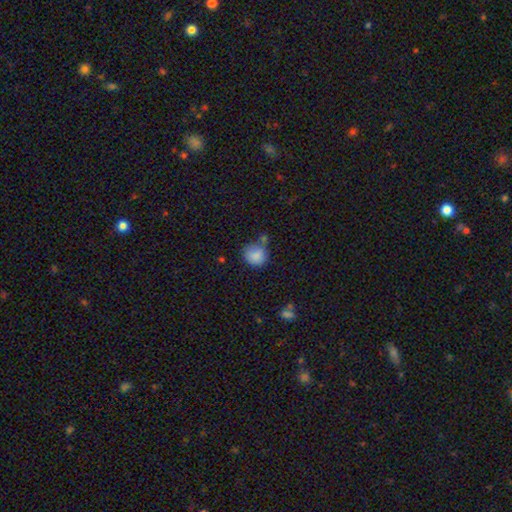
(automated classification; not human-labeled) smooth-or-featured: smooth: 86% | star or artifact: 9% | featured or disk: 6%
  how-rounded: round: 84% | in between: 16% | cigar-shaped: 1%
  merging: none: 61% | minor disturbance: 19% | merger: 15% | major disturbance: 5%